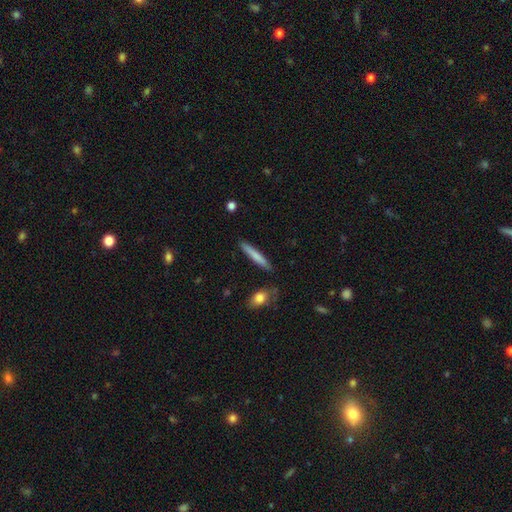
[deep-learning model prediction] Smooth or featured: smooth — 73% (featured or disk — 21%)
How rounded: cigar-shaped — 93% (in between — 5%)
Merging: none — 87% (minor disturbance — 9%)